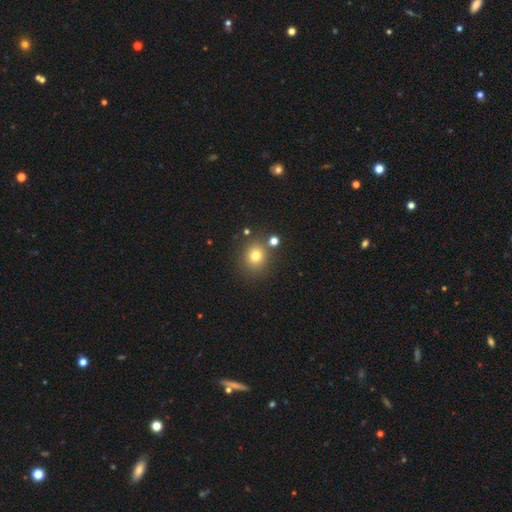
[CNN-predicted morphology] Smooth or featured? Predicted: smooth (p=0.76). How rounded? Predicted: round (p=0.80). Merging? Predicted: none (p=0.79).